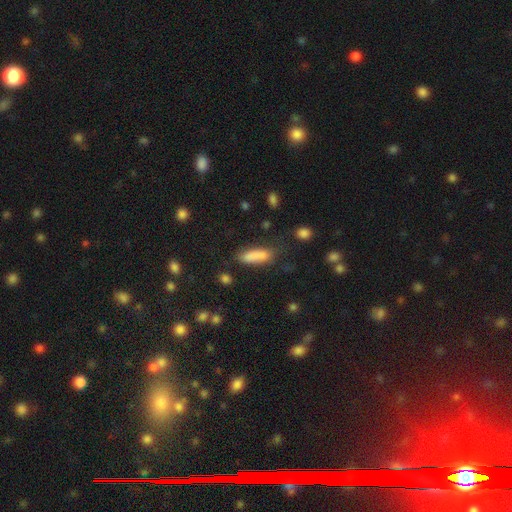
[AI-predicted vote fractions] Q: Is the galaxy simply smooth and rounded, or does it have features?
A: smooth — 84%.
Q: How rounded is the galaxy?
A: cigar-shaped — 51%.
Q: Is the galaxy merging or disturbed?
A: none — 67%.